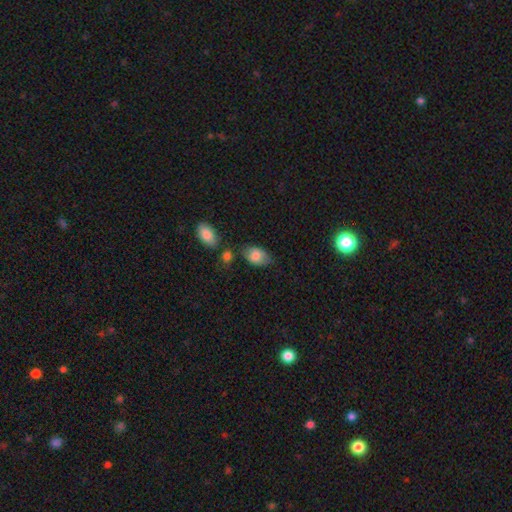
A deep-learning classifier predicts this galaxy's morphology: Smooth or featured?
  - smooth: 81% *
  - featured or disk: 12%
  - star or artifact: 7%
How rounded?
  - in between: 87% *
  - round: 11%
  - cigar-shaped: 2%
Merging?
  - none: 61% *
  - minor disturbance: 24%
  - merger: 9%
  - major disturbance: 6%